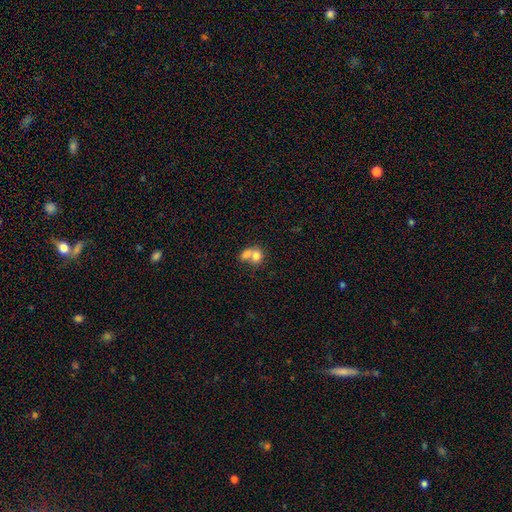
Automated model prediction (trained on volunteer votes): smooth_or_featured: smooth (p=0.73) [alt: featured or disk p=0.18]
how_rounded: round (p=0.52) [alt: in between p=0.47]
merging: merger (p=0.71) [alt: none p=0.20]